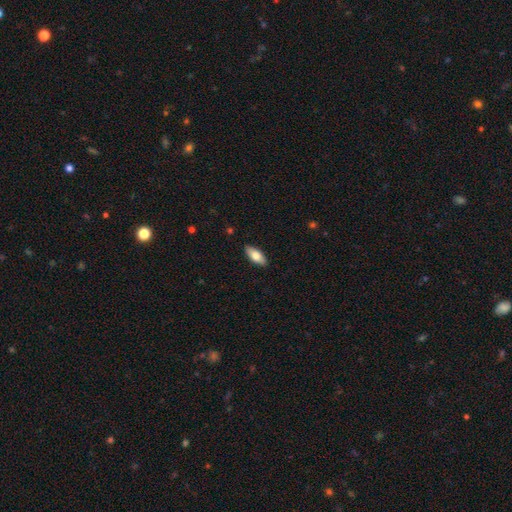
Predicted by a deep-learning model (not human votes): Smooth or featured? smooth (75%)
How rounded? in between (82%)
Merging? none (89%)